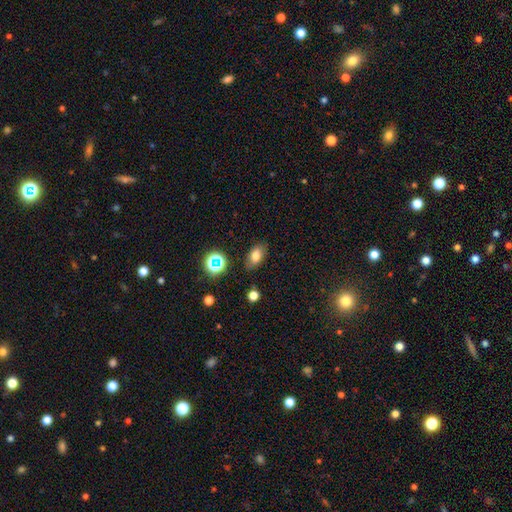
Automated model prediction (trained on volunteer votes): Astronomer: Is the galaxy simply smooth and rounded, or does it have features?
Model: smooth — 74%.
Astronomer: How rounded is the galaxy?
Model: in between — 86%.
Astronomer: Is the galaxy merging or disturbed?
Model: none — 83%.